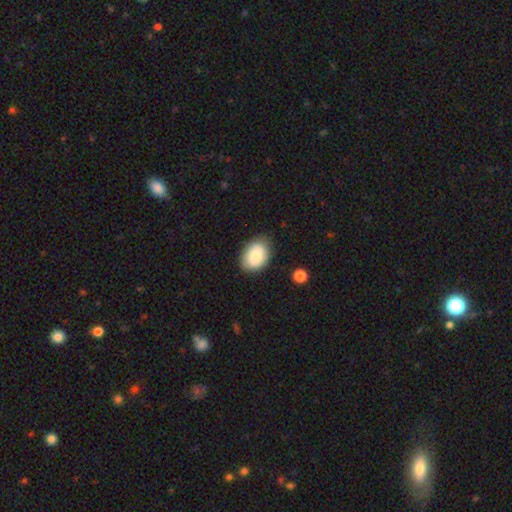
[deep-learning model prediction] smooth_or_featured: smooth (p=0.71) [alt: featured or disk p=0.22]
how_rounded: in between (p=0.78) [alt: round p=0.21]
merging: none (p=0.78) [alt: minor disturbance p=0.16]